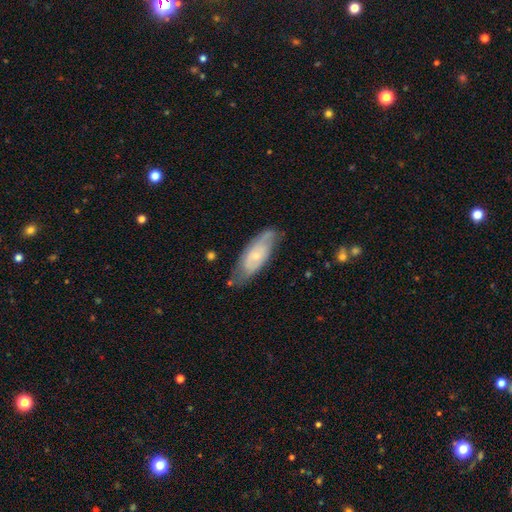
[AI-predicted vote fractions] Q: Smooth or featured?
A: featured or disk (55%); runner-up: smooth (39%)
Q: Edge-on disk?
A: no (85%); runner-up: yes (15%)
Q: Merging?
A: none (65%); runner-up: minor disturbance (26%)